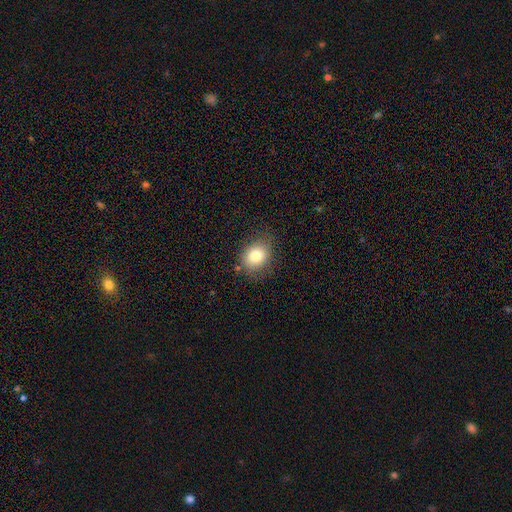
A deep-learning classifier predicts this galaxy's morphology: This is clearly a smooth galaxy (81%). How rounded: possibly in between (51%). Merging: likely none (75%).